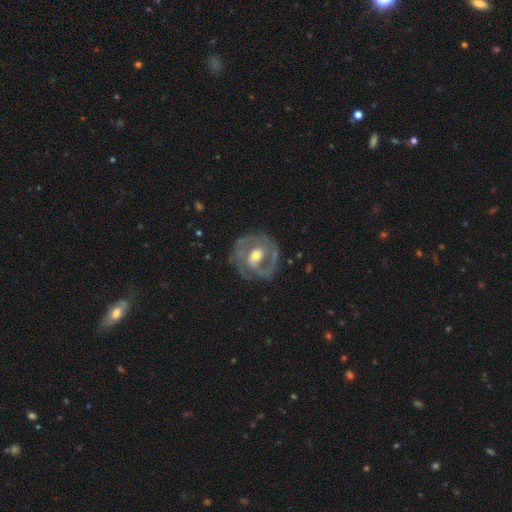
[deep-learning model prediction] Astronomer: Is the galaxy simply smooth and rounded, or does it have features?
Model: featured or disk — 84%.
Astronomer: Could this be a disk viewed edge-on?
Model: no — 96%.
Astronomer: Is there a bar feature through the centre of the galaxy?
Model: weak — 42% (runner-up: strong, 31%).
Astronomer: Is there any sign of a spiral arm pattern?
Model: yes — 83%.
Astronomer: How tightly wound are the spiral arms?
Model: tight — 53% (runner-up: medium, 37%).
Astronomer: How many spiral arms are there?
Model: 2 — 66%.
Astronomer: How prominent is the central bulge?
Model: moderate — 69%.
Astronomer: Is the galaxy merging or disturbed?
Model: none — 76%.